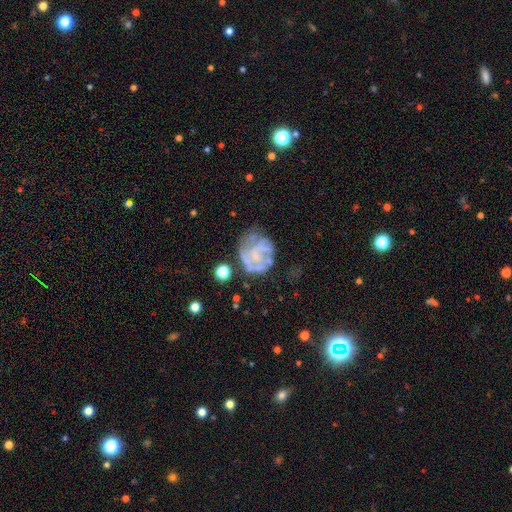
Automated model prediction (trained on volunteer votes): featured or disk 72%, smooth 19%, star or artifact 9%. Down the decision tree: edge-on disk — no (98%); bar — no (78%); spiral arms — yes (61%); bulge size — none (50%); merging — none (52%).